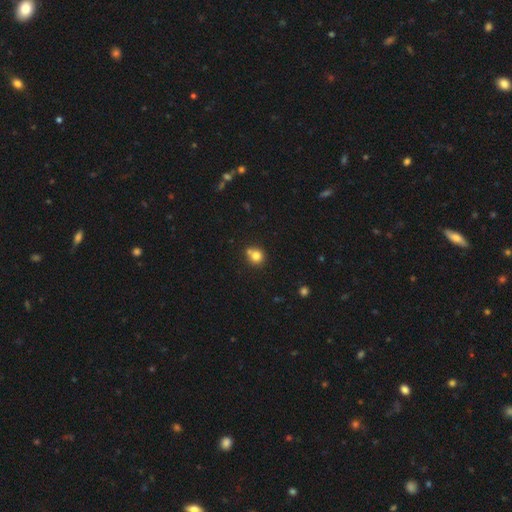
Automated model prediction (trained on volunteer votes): Smooth or featured? smooth (78%)
How rounded? round (85%)
Merging? none (57%)